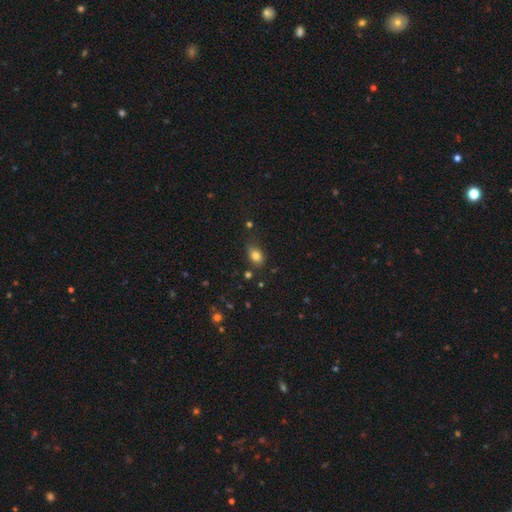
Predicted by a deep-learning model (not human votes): Q: Smooth or featured?
A: smooth (80%); runner-up: star or artifact (11%)
Q: How rounded?
A: in between (76%); runner-up: round (22%)
Q: Merging?
A: none (68%); runner-up: minor disturbance (24%)